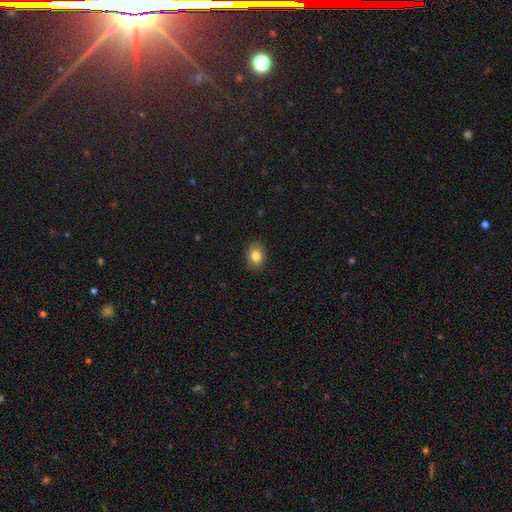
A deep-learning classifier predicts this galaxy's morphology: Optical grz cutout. It shows a smooth galaxy with no disk features (82%) that is in between round and cigar-shaped (69%). Merging: none (89%).